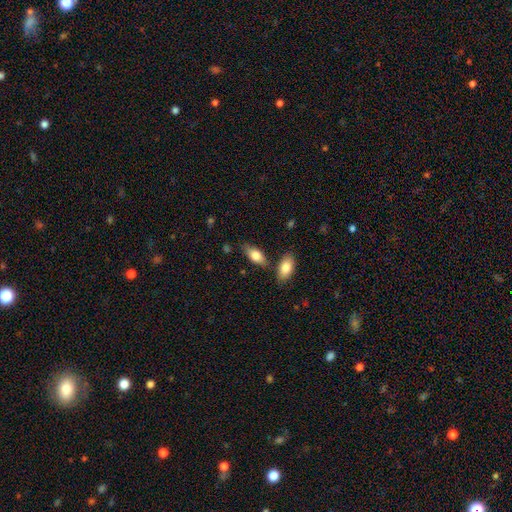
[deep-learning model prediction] A smooth galaxy with no disk features (77%) that is in between round and cigar-shaped (86%). Merging: none (70%).